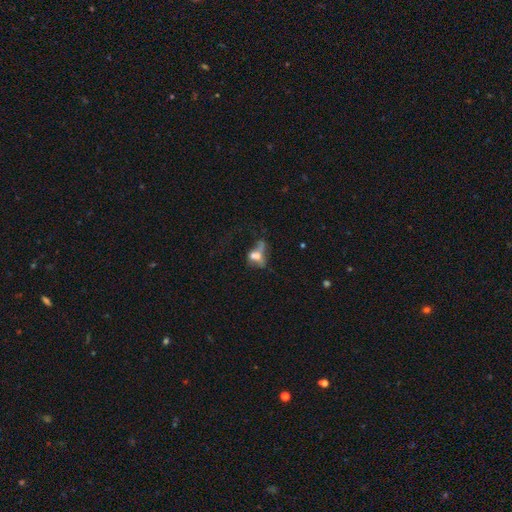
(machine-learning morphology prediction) This appears to be a smooth galaxy with no disk features (49%). Merging: merger (47%).